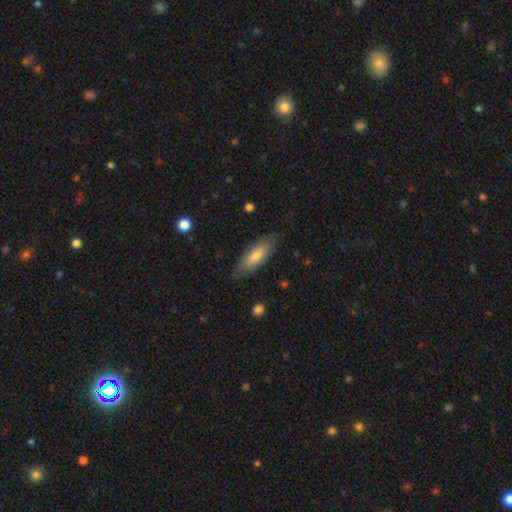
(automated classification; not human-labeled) Smooth or featured? Predicted: smooth (p=0.73). How rounded? Predicted: in between (p=0.50). Merging? Predicted: none (p=0.84).